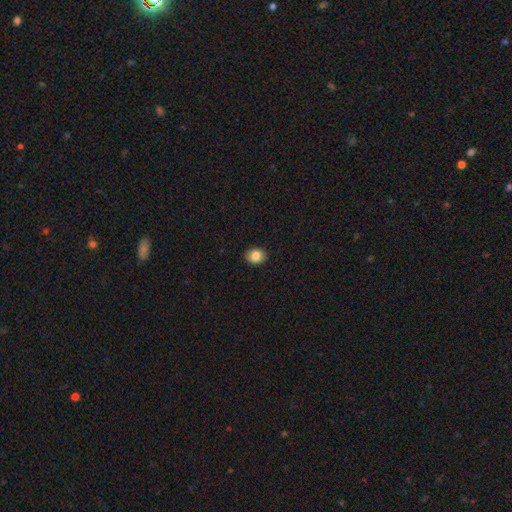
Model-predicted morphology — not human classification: Smooth or featured?
  - smooth: 84% *
  - star or artifact: 9%
  - featured or disk: 6%
How rounded?
  - round: 56% *
  - in between: 43%
  - cigar-shaped: 1%
Merging?
  - none: 91% *
  - minor disturbance: 6%
  - major disturbance: 2%
  - merger: 1%